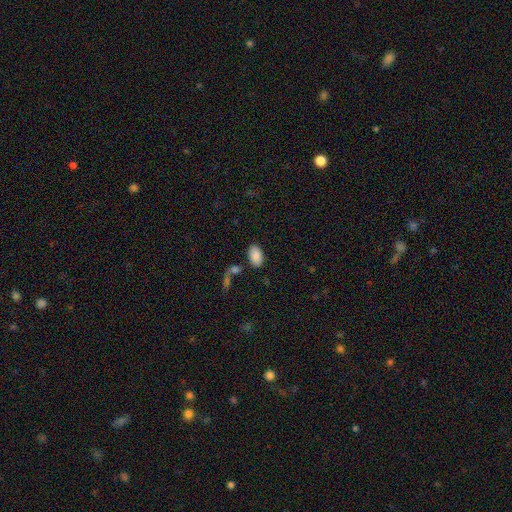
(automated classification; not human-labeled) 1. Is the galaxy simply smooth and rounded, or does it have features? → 88% smooth, 7% star or artifact, 5% featured or disk.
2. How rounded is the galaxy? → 94% in between, 4% round, 1% cigar-shaped.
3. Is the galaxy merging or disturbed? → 76% none, 11% minor disturbance, 8% merger, 4% major disturbance.